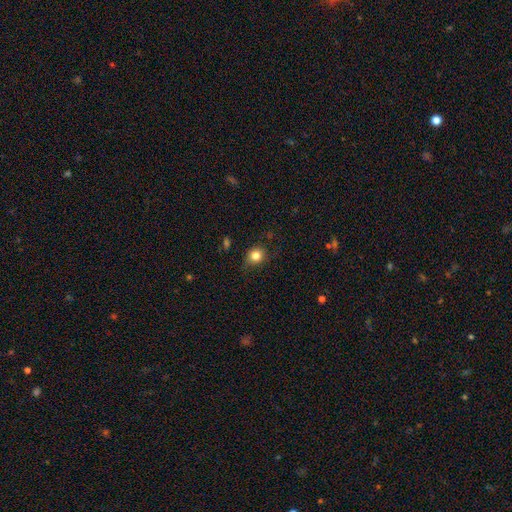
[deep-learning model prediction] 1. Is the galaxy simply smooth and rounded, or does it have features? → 83% smooth, 11% star or artifact, 6% featured or disk.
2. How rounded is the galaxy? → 77% round, 23% in between, 1% cigar-shaped.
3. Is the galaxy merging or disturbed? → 81% none, 14% minor disturbance, 3% major disturbance, 1% merger.